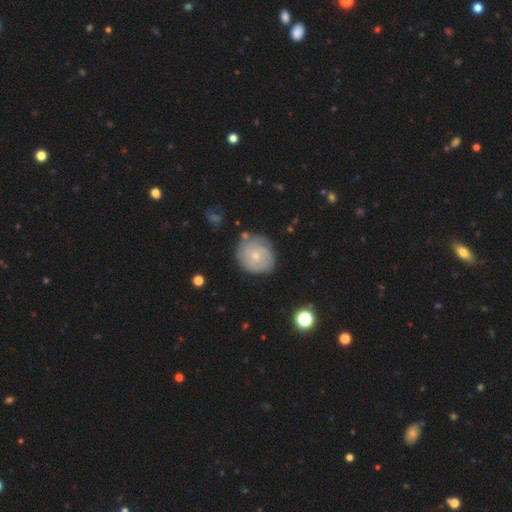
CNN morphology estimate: Smooth or featured? Predicted: smooth (p=0.49). Merging? Predicted: none (p=0.73).